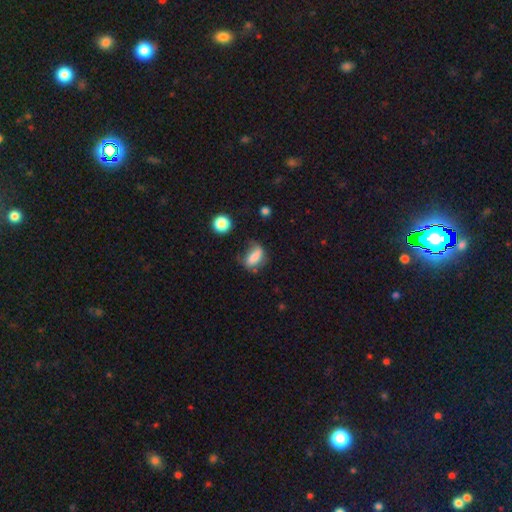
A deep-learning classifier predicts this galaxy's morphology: Smooth or featured: smooth — 72% (featured or disk — 18%)
How rounded: in between — 78% (round — 12%)
Merging: none — 42% (minor disturbance — 32%)